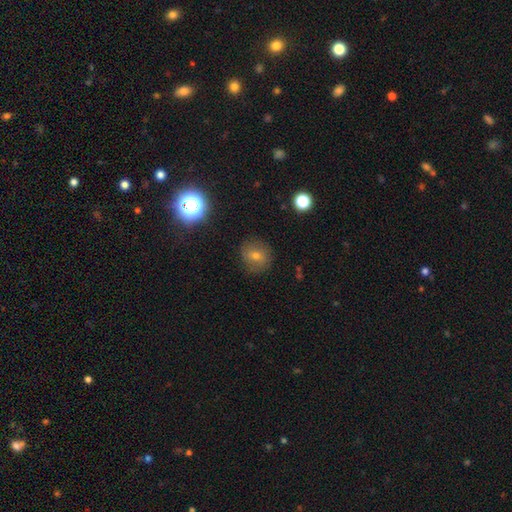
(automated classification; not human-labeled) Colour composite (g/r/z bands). It shows a smooth galaxy with no disk features (56%) that is round (86%). Merging: none (83%).